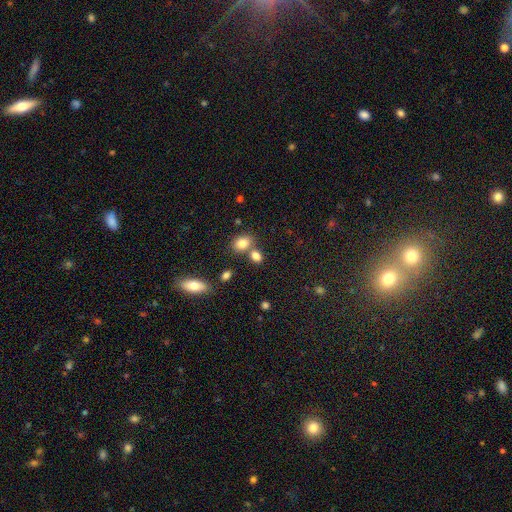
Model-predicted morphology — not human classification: smooth_or_featured: smooth (p=0.81) [alt: star or artifact p=0.11]
how_rounded: in between (p=0.63) [alt: round p=0.36]
merging: none (p=0.56) [alt: merger p=0.29]